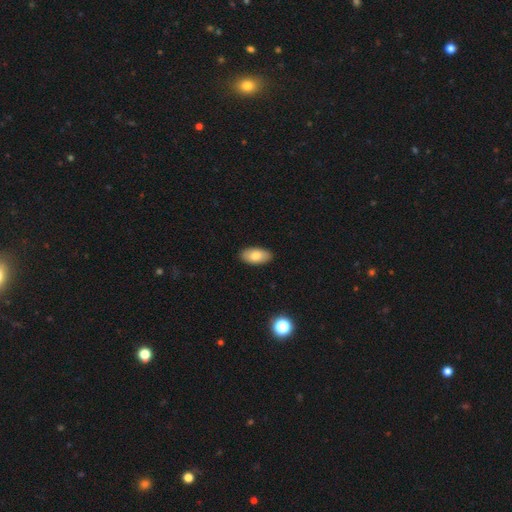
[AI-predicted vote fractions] Smooth or featured: smooth — 79% (featured or disk — 14%)
How rounded: in between — 94% (cigar-shaped — 3%)
Merging: none — 90% (minor disturbance — 7%)